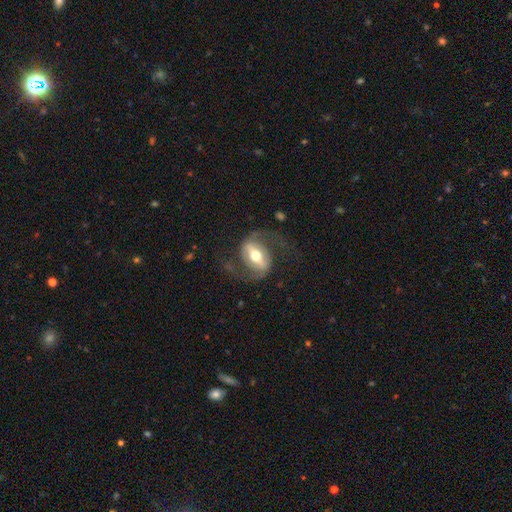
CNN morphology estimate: Smooth or featured? featured or disk (81%)
Edge-on disk? no (93%)
Bar? strong (60%)
Spiral arms? yes (87%)
Spiral winding? loose (45%)
Spiral arm count? 2 (91%)
Bulge size? moderate (70%)
Merging? none (68%)